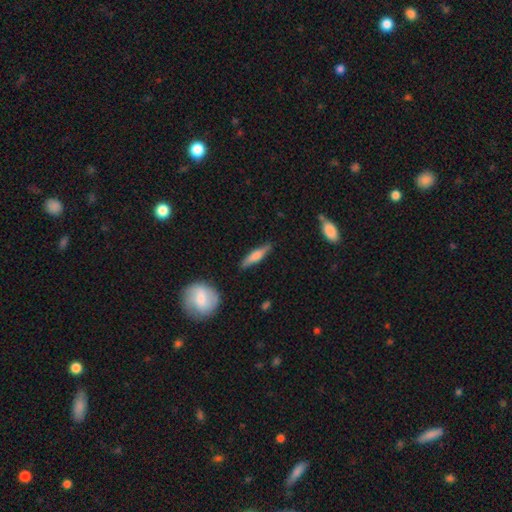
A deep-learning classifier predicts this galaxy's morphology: Smooth or featured? Predicted: smooth (p=0.54). How rounded? Predicted: cigar-shaped (p=0.80). Merging? Predicted: none (p=0.85).